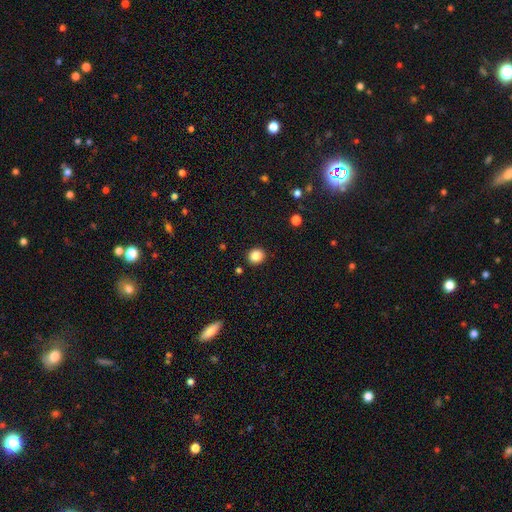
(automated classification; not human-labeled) This is clearly a smooth galaxy (85%). How rounded: clearly round (86%). Merging: clearly none (91%).